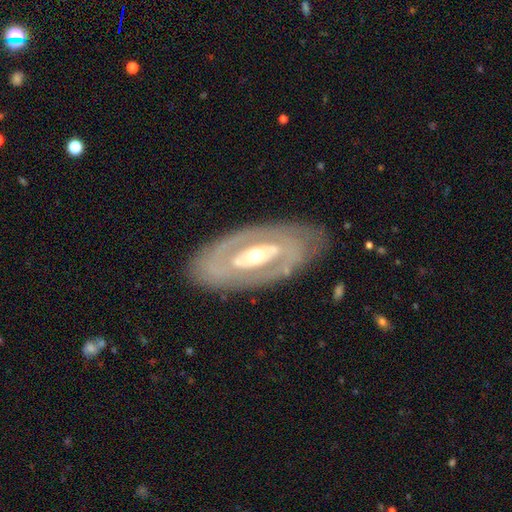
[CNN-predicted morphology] smooth_or_featured: featured or disk (p=0.78) [alt: smooth p=0.17]
disk_edge_on: no (p=0.89) [alt: yes p=0.11]
bar: no (p=0.53) [alt: strong p=0.24]
has_spiral_arms: no (p=0.59) [alt: yes p=0.41]
bulge_size: moderate (p=0.68) [alt: small p=0.19]
merging: none (p=0.81) [alt: minor disturbance p=0.12]